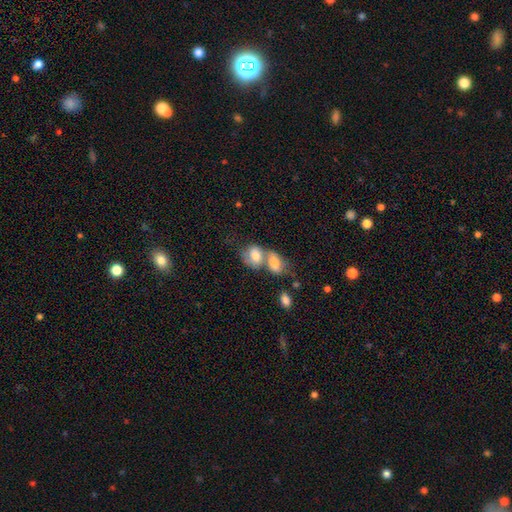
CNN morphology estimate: A smooth galaxy with no disk features (73%) that is in between round and cigar-shaped (68%). Merging: merger (69%).